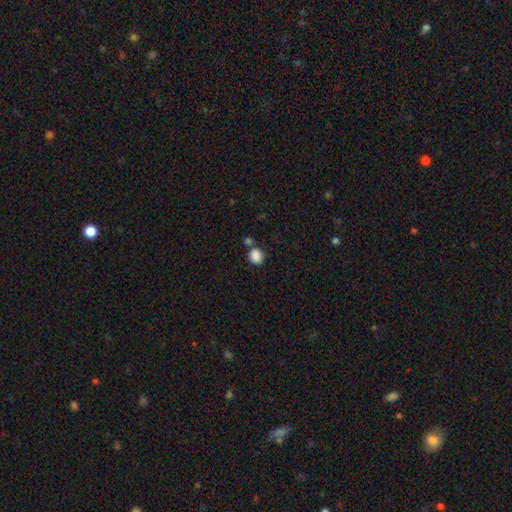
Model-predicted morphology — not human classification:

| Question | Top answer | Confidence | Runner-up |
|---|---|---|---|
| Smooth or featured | smooth | 87% | star or artifact (10%) |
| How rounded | round | 72% | in between (28%) |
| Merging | none | 69% | merger (16%) |